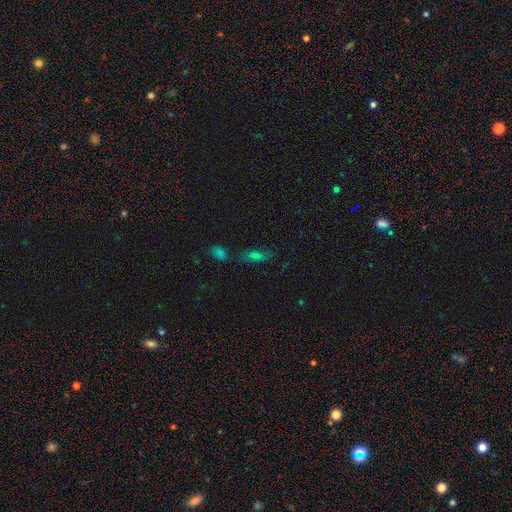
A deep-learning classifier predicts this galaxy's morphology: smooth-or-featured: smooth: 65% | featured or disk: 20% | star or artifact: 15%
  how-rounded: in between: 67% | cigar-shaped: 29% | round: 4%
  merging: none: 64% | minor disturbance: 19% | merger: 10% | major disturbance: 7%